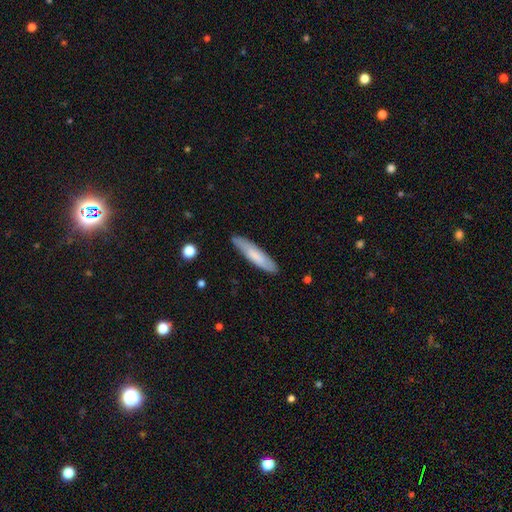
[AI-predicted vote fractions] Smooth or featured?
  - smooth: 72% *
  - featured or disk: 23%
  - star or artifact: 6%
How rounded?
  - cigar-shaped: 81% *
  - in between: 17%
  - round: 1%
Merging?
  - none: 86% *
  - minor disturbance: 11%
  - major disturbance: 2%
  - merger: 1%